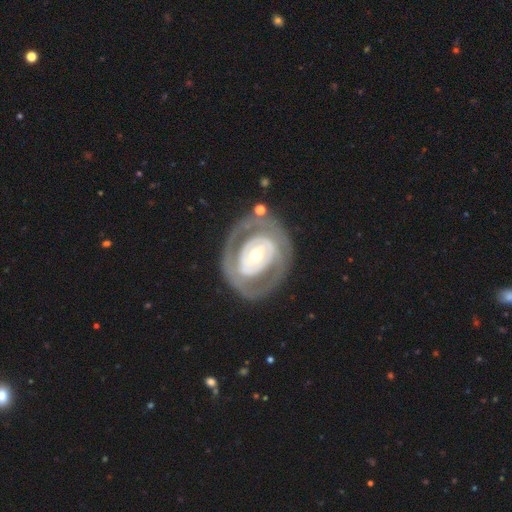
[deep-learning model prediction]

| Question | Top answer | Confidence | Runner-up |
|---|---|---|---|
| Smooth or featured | featured or disk | 74% | smooth (21%) |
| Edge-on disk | no | 95% | yes (5%) |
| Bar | no | 55% | weak (26%) |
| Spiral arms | no | 59% | yes (41%) |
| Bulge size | moderate | 48% | small (43%) |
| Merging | none | 70% | minor disturbance (15%) |